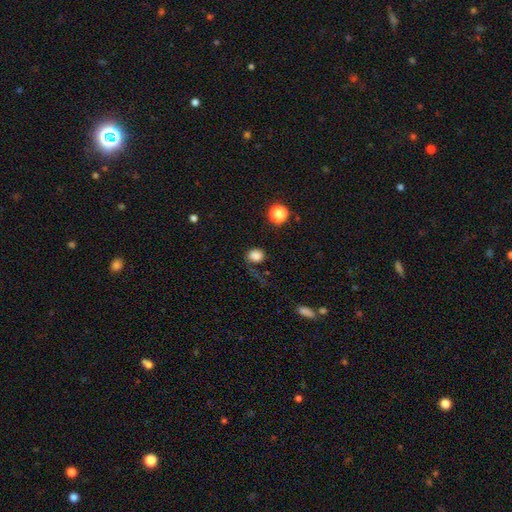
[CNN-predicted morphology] Q: Smooth or featured?
A: smooth (82%); runner-up: star or artifact (12%)
Q: How rounded?
A: round (71%); runner-up: in between (28%)
Q: Merging?
A: none (58%); runner-up: minor disturbance (19%)